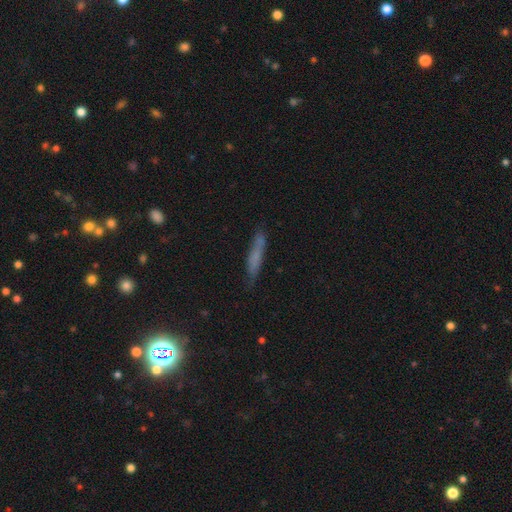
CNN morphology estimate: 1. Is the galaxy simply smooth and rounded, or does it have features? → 62% smooth, 27% featured or disk, 11% star or artifact.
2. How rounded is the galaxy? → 91% cigar-shaped, 7% in between, 2% round.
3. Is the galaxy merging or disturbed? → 76% none, 17% minor disturbance, 4% major disturbance, 2% merger.